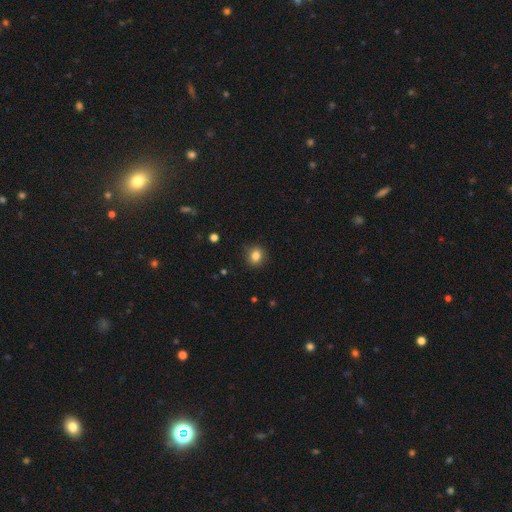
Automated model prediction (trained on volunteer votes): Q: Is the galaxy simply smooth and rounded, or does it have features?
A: smooth — 83%.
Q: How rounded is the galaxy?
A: round — 70%.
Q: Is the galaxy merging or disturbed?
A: none — 87%.